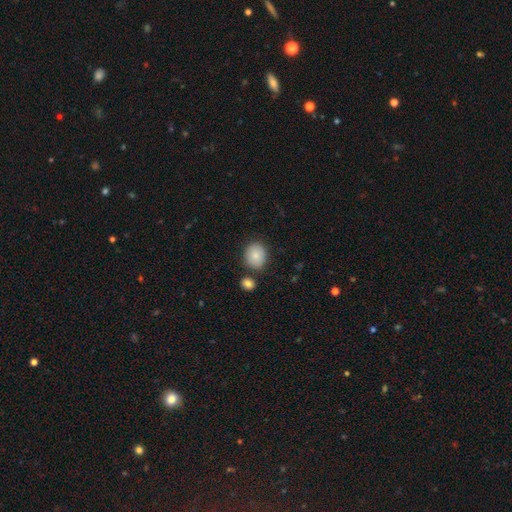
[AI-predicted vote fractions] Smooth or featured? Predicted: smooth (p=0.85). How rounded? Predicted: round (p=0.65). Merging? Predicted: none (p=0.78).